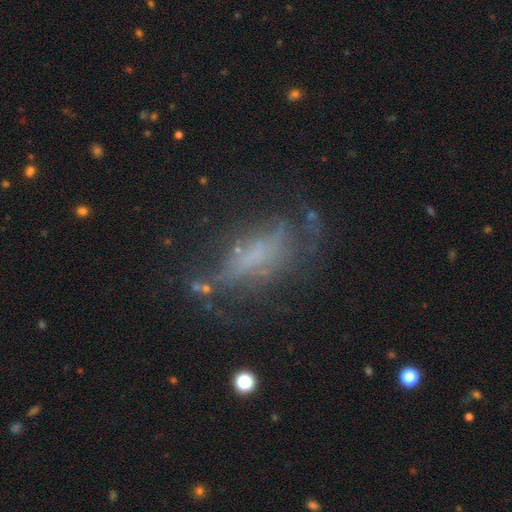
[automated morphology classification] type=featured or disk (53%); edge-on=no (74%); merging=none (46%).